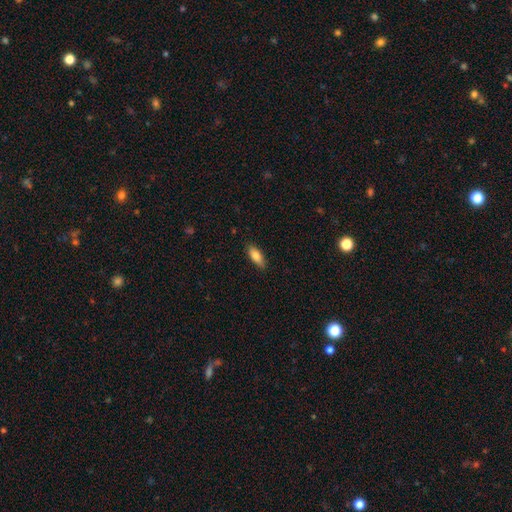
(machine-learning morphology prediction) Smooth or featured?
  - smooth: 81% *
  - featured or disk: 12%
  - star or artifact: 7%
How rounded?
  - in between: 75% *
  - cigar-shaped: 23%
  - round: 2%
Merging?
  - none: 85% *
  - minor disturbance: 12%
  - major disturbance: 2%
  - merger: 1%